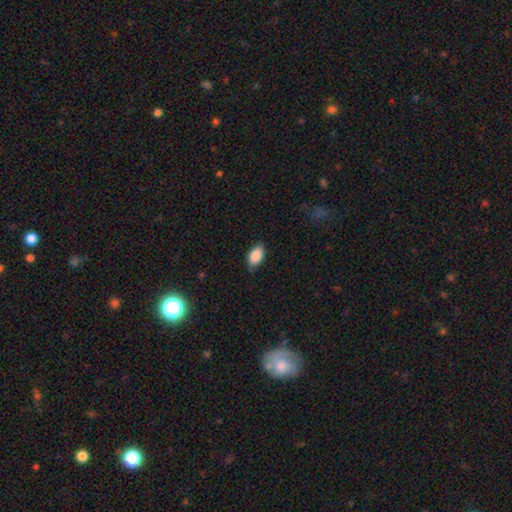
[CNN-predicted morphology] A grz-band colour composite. It shows a smooth galaxy with no disk features (86%) that is in between round and cigar-shaped (92%). Merging: none (73%).